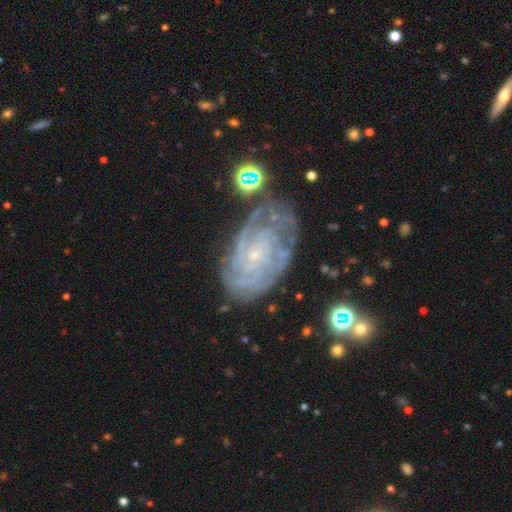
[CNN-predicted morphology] Overall: featured or disk (84%). Edge-on disk: no (96%). Bar: no (74%). Spiral arms: yes (94%). Spiral arm count: can't tell (40%; 4 17%). Spiral winding: tight (74%). Bulge size: small (84%). Merging: none (63%).